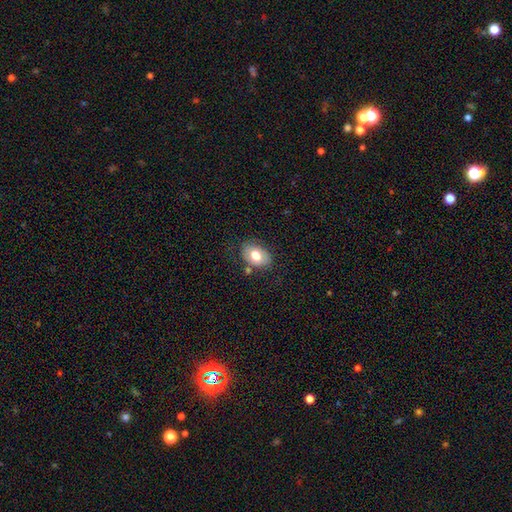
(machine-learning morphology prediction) This is likely a smooth galaxy (71%). How rounded: likely in between (77%). Merging: likely none (70%).